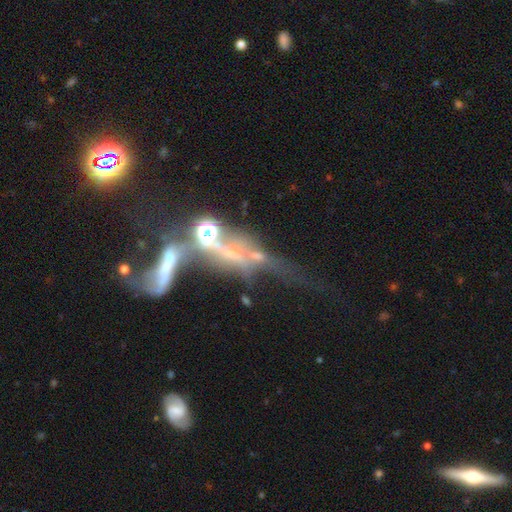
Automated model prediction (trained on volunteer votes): A featured or disk galaxy (56%). Merging: merger (52%).